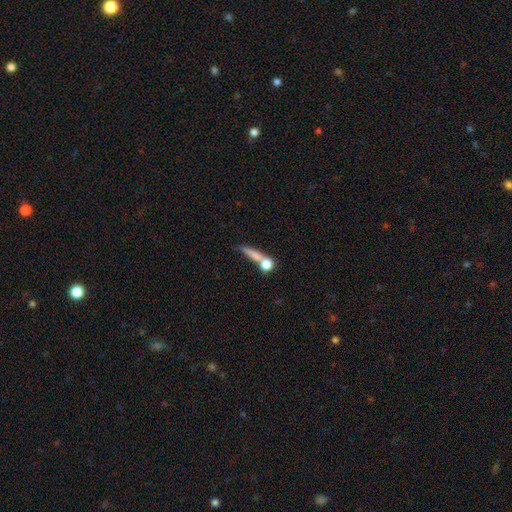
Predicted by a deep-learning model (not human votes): This appears to be a smooth galaxy with no disk features (66%) that is cigar-shaped (50%). Merging: none (48%).